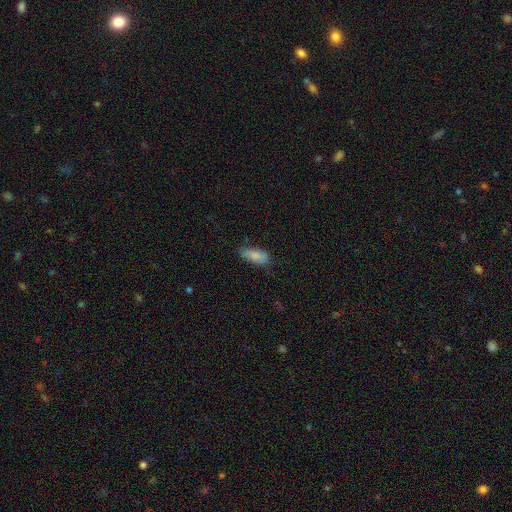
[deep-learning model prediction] Smooth or featured?
  - smooth: 84% *
  - featured or disk: 9%
  - star or artifact: 6%
How rounded?
  - in between: 85% *
  - cigar-shaped: 13%
  - round: 2%
Merging?
  - none: 73% *
  - minor disturbance: 22%
  - major disturbance: 4%
  - merger: 1%